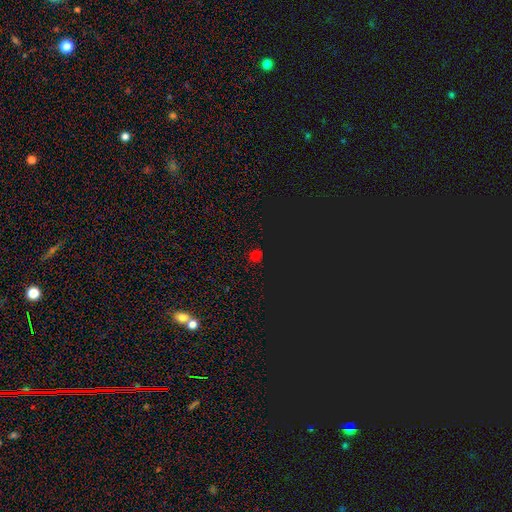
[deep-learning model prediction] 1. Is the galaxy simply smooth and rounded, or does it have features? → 56% smooth, 39% star or artifact, 5% featured or disk.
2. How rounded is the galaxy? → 87% round, 12% in between, 1% cigar-shaped.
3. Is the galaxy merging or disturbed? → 88% none, 8% minor disturbance, 2% major disturbance, 1% merger.